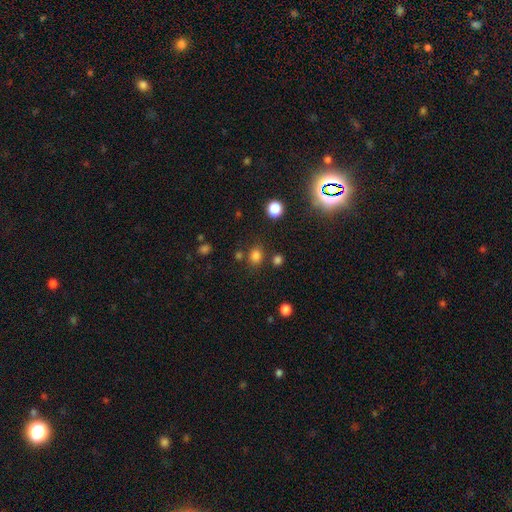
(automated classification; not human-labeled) smooth-or-featured: smooth: 78% | star or artifact: 17% | featured or disk: 5%
  how-rounded: round: 69% | in between: 30% | cigar-shaped: 1%
  merging: none: 76% | minor disturbance: 11% | merger: 9% | major disturbance: 4%